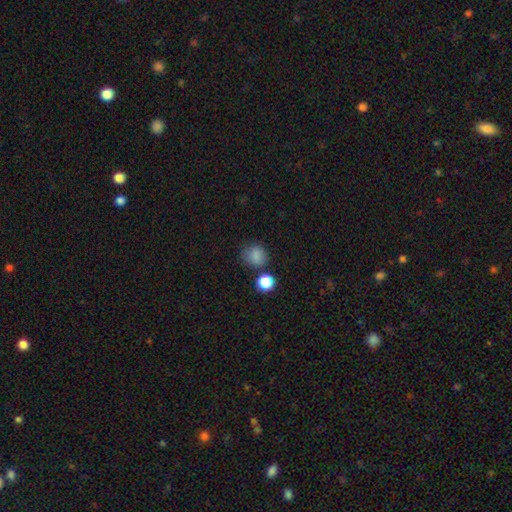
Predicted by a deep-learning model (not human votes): This appears to be a smooth galaxy with no disk features (82%) that is round (77%). Merging: none (71%).